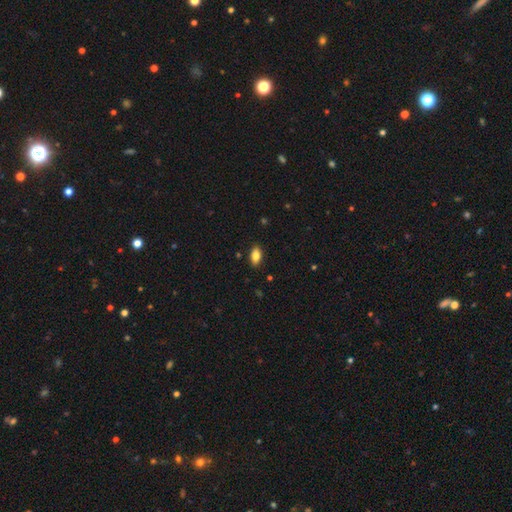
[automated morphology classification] A smooth galaxy with no disk features (82%) that is in between round and cigar-shaped (90%). Merging: none (88%).